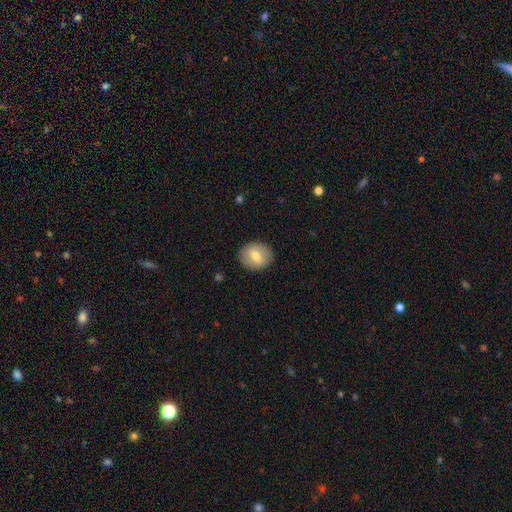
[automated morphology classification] Smooth or featured?
  - smooth: 68% *
  - featured or disk: 24%
  - star or artifact: 8%
How rounded?
  - round: 69% *
  - in between: 30%
  - cigar-shaped: 1%
Merging?
  - none: 89% *
  - minor disturbance: 8%
  - major disturbance: 2%
  - merger: 1%